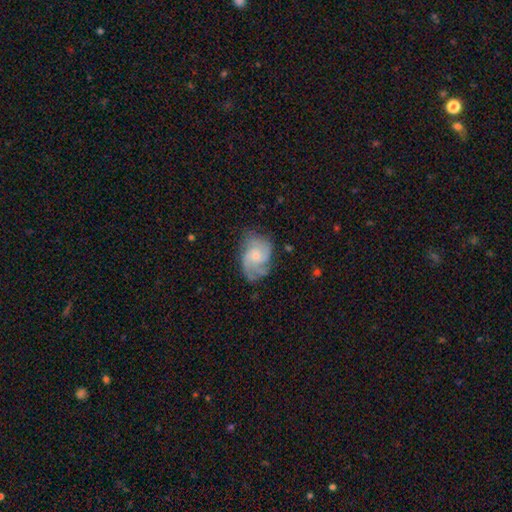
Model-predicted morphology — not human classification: A featured or disk galaxy (79%) with no bar (69%), 3 (36%) medium (47%) spiral arms (95%) and a small central bulge (48%).

Vote fractions:
- Smooth or featured? featured or disk: 79% / smooth: 15% / star or artifact: 6%
- Edge-on disk? no: 98% / yes: 2%
- Bar? no: 69% / weak: 28% / strong: 3%
- Spiral arms? yes: 95% / no: 5%
- Spiral winding? medium: 47% / tight: 37% / loose: 16%
- Spiral arm count? 3: 36% / 2: 26% / can't tell: 18% / 4: 10% / 1: 5% / more than 4: 5%
- Bulge size? small: 48% / moderate: 40% / none: 7% / large: 4% / dominant: 1%
- Merging? none: 64% / minor disturbance: 23% / major disturbance: 11% / merger: 2%